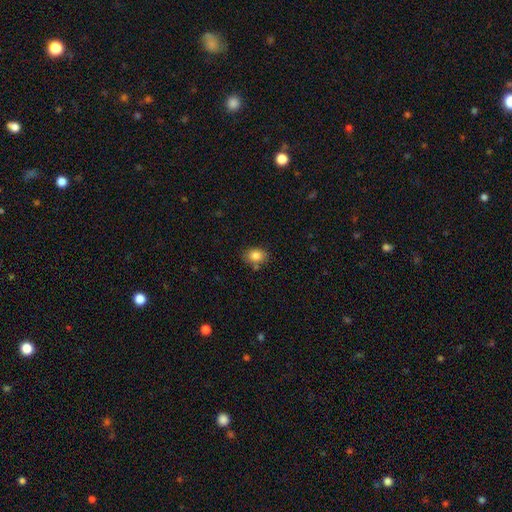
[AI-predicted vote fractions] Smooth or featured?
  - smooth: 83% *
  - star or artifact: 9%
  - featured or disk: 8%
How rounded?
  - in between: 63% *
  - round: 36%
  - cigar-shaped: 1%
Merging?
  - none: 75% *
  - minor disturbance: 15%
  - merger: 6%
  - major disturbance: 3%